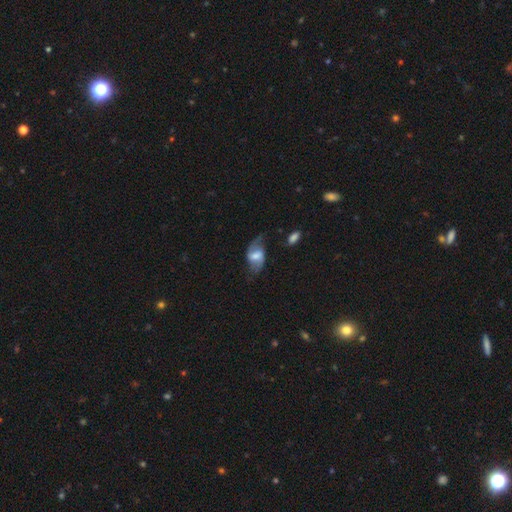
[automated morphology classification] This appears to be a featured or disk galaxy (62%) with a weak bar (49%), spiral arms (85%) and a moderate central bulge (44%). Merging: none (57%).